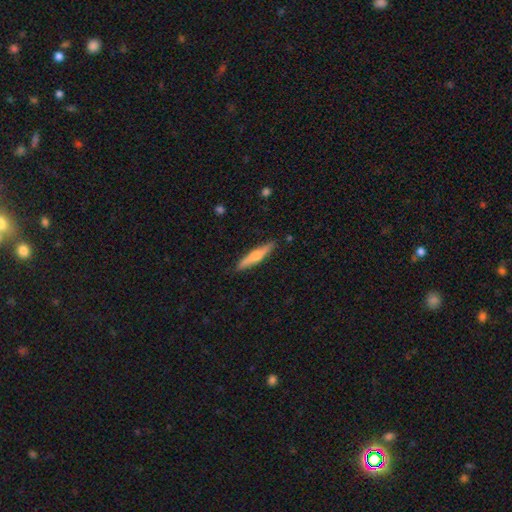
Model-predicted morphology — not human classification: Smooth or featured? Predicted: featured or disk (p=0.52). Edge-on disk? Predicted: yes (p=0.95). Merging? Predicted: none (p=0.89).